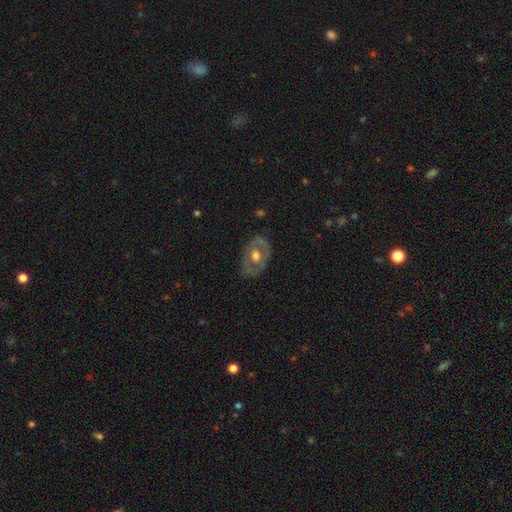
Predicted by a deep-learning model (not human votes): A featured or disk galaxy (57%) with no bar (81%), no spiral arms (82%) and a moderate central bulge (58%). Merging: none (75%).